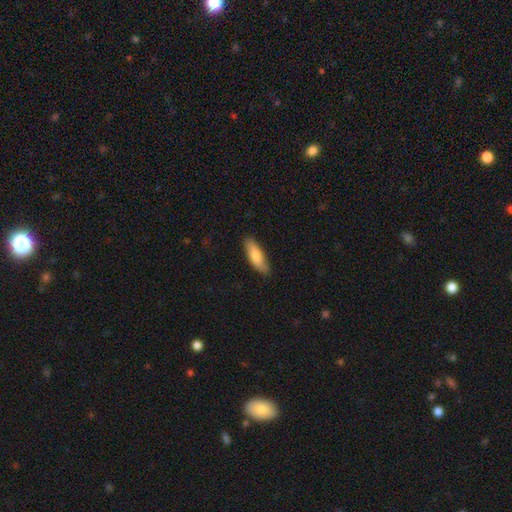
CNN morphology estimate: type=smooth (79%); roundness=in between (53%); merging=none (84%).